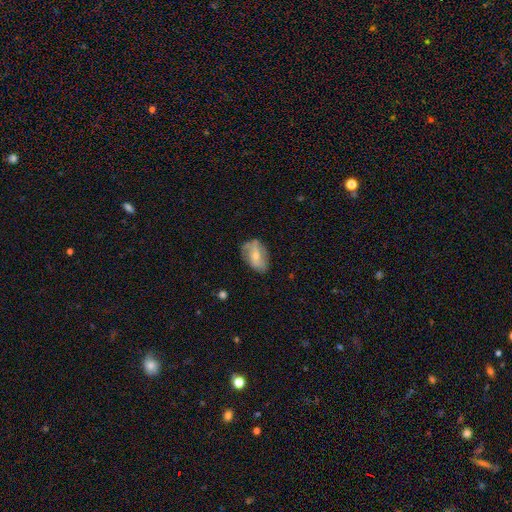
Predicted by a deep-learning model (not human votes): smooth_or_featured: featured or disk (p=0.49) [alt: smooth p=0.44]
merging: none (p=0.65) [alt: minor disturbance p=0.26]